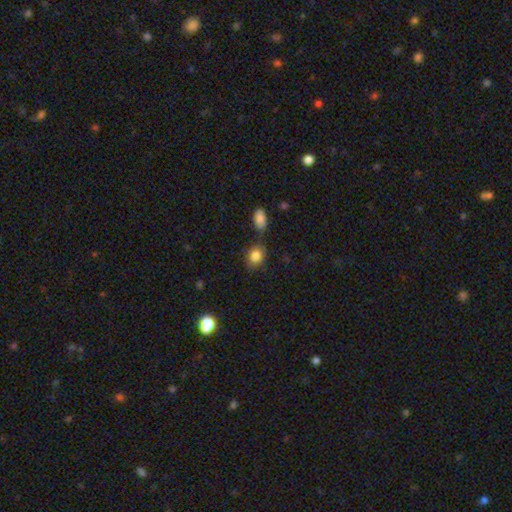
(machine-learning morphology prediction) smooth_or_featured: smooth (p=0.84) [alt: star or artifact p=0.09]
how_rounded: in between (p=0.54) [alt: round p=0.44]
merging: none (p=0.70) [alt: minor disturbance p=0.18]